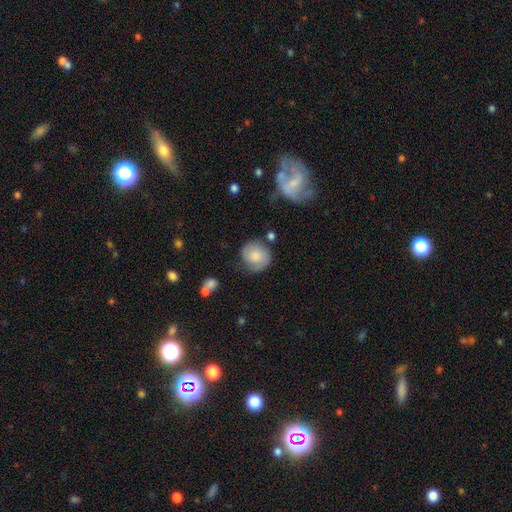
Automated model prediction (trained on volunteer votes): This is likely a smooth galaxy (69%). How rounded: clearly round (84%). Merging: likely none (65%).